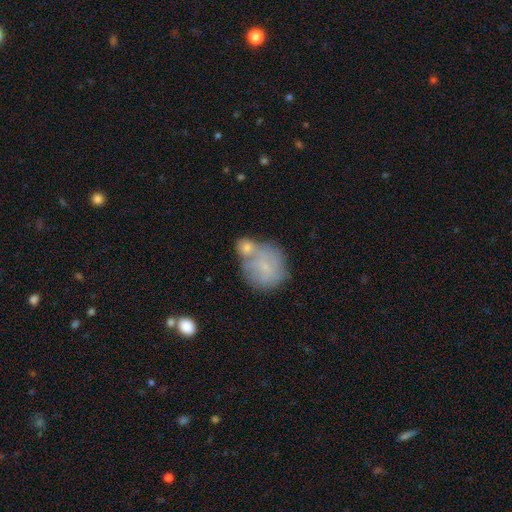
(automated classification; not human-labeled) Smooth or featured?
  - smooth: 54% *
  - featured or disk: 33%
  - star or artifact: 12%
How rounded?
  - round: 79% *
  - in between: 19%
  - cigar-shaped: 1%
Merging?
  - merger: 42% *
  - none: 37%
  - minor disturbance: 14%
  - major disturbance: 7%